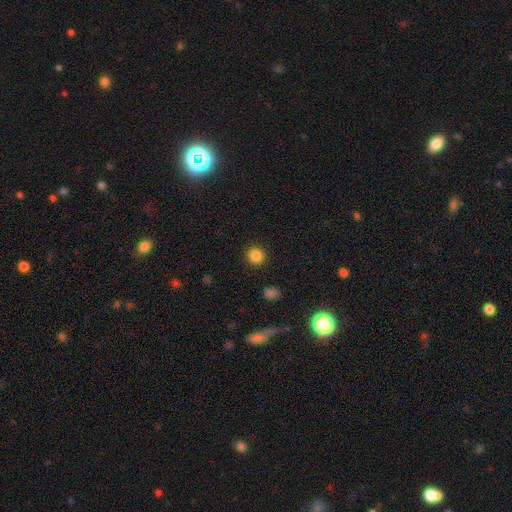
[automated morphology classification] Smooth or featured? Predicted: smooth (p=0.85). How rounded? Predicted: round (p=0.94). Merging? Predicted: none (p=0.92).